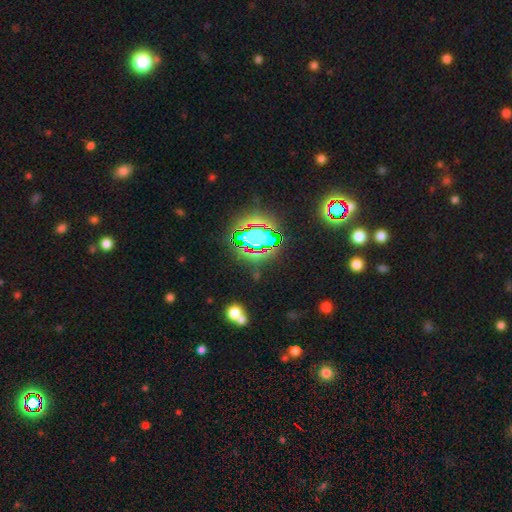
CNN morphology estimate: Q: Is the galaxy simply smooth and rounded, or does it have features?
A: star or artifact — 81%.